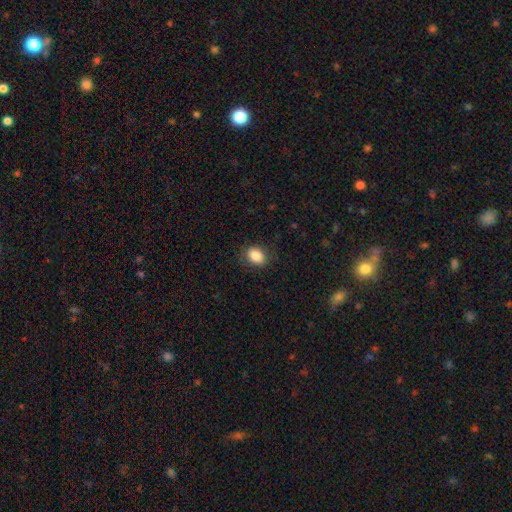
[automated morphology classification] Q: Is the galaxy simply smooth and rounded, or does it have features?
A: smooth — 86%.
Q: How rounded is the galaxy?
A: in between — 67%.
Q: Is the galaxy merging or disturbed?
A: none — 82%.